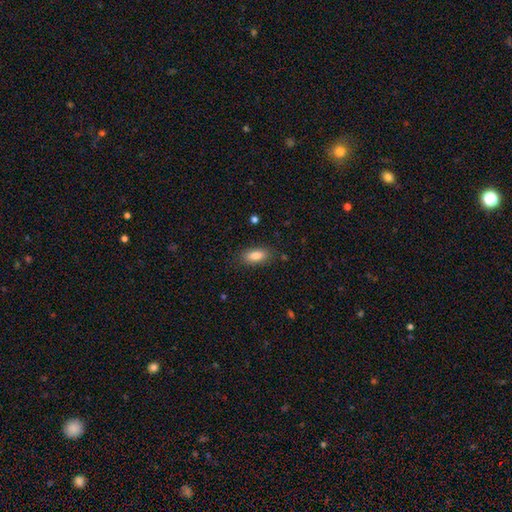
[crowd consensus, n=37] Volunteers were most divided on "smooth or featured": smooth: 89%, featured or disk: 5%, star or artifact: 5%. More confident: merging — none (94%); how rounded — in between (94%).